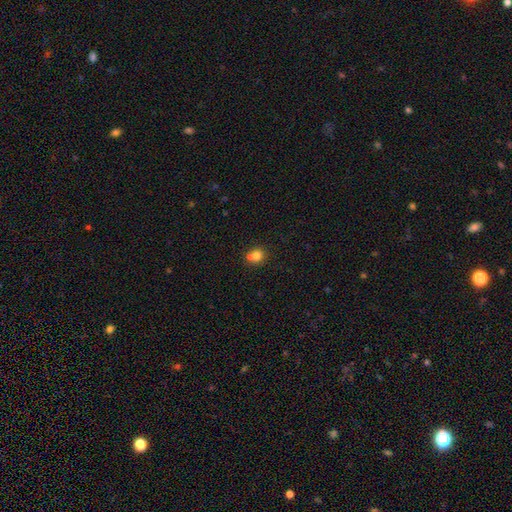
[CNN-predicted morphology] This appears to be a smooth galaxy with no disk features (76%) that is round (81%). Merging: none (45%).